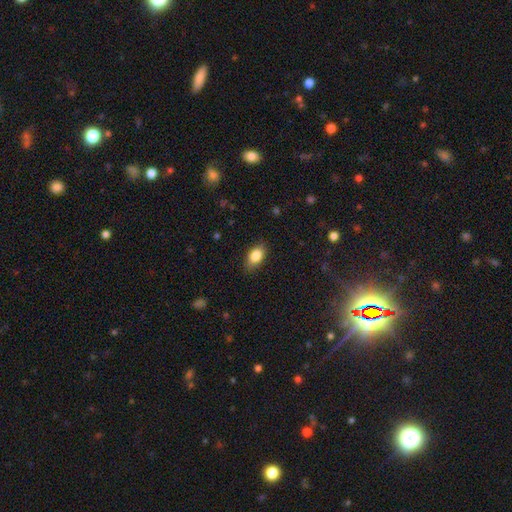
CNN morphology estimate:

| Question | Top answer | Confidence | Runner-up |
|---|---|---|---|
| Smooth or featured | smooth | 85% | star or artifact (8%) |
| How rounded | in between | 88% | round (9%) |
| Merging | none | 84% | minor disturbance (13%) |